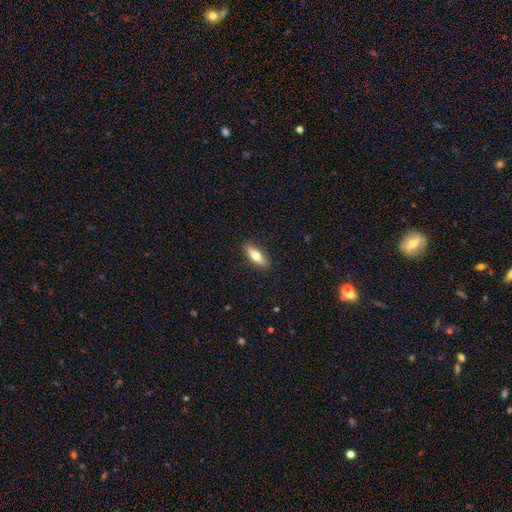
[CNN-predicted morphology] A smooth galaxy with no disk features (66%) that is in between round and cigar-shaped (56%). Merging: none (90%).